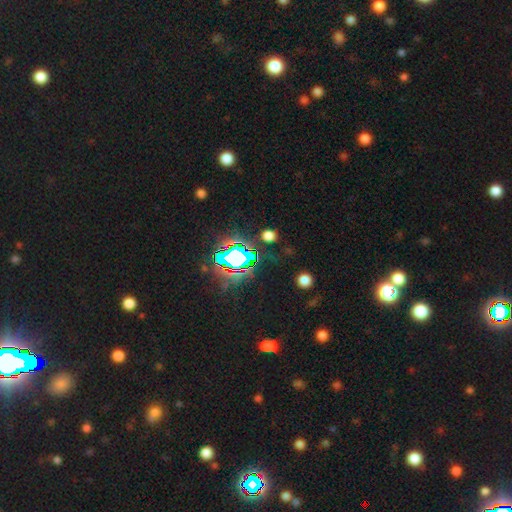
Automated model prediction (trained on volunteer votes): Smooth or featured? star or artifact (81%)